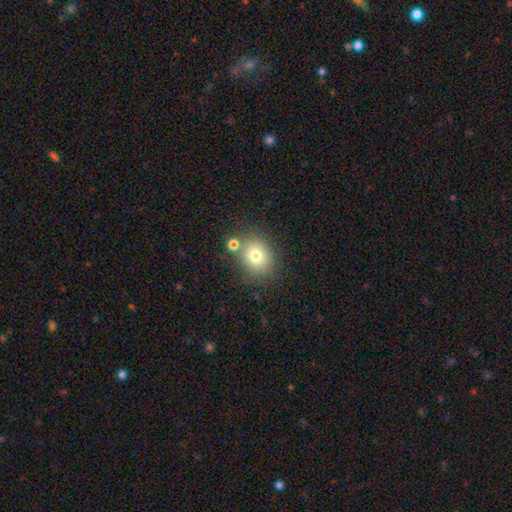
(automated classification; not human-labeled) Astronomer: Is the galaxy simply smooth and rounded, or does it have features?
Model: smooth — 75%.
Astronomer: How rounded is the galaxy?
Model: round — 65%.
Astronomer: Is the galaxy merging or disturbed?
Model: none — 69%.